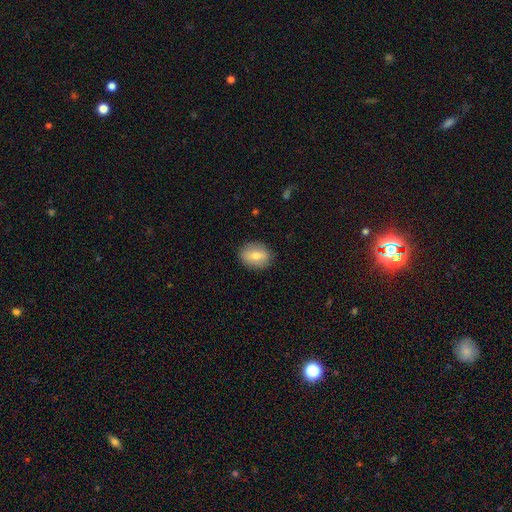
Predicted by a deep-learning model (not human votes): smooth_or_featured: smooth (p=0.68) [alt: featured or disk p=0.24]
how_rounded: in between (p=0.65) [alt: round p=0.33]
merging: none (p=0.87) [alt: minor disturbance p=0.10]